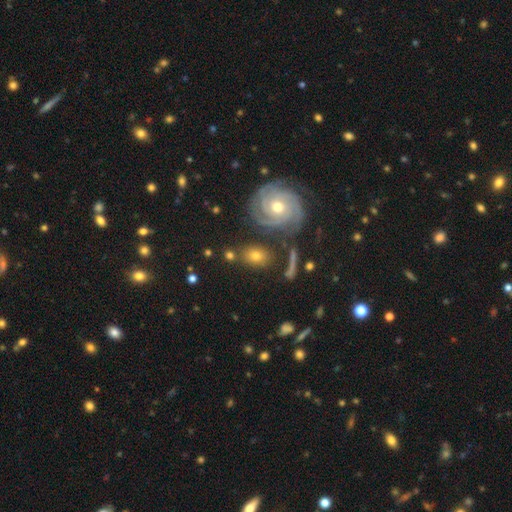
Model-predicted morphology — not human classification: The model was most divided on "smooth or featured": featured or disk: 56%, smooth: 30%, star or artifact: 14%. More confident: edge-on disk — no (92%); spiral arms — yes (91%); merging — none (75%); bar — no (65%); bulge size — moderate (61%).